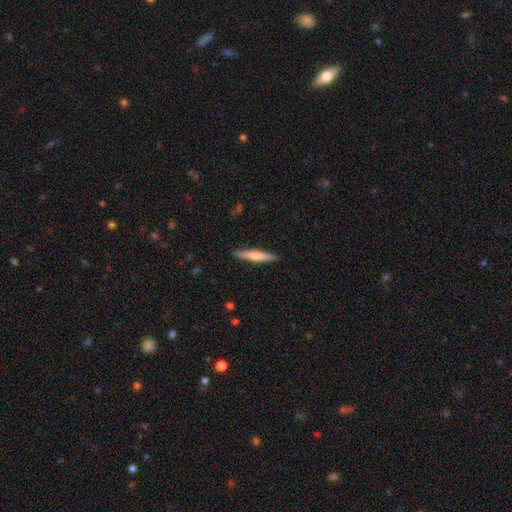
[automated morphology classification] type=smooth (58%); roundness=cigar-shaped (92%); merging=none (91%).